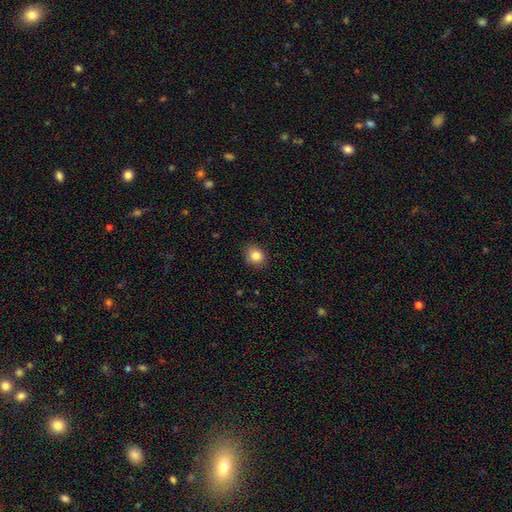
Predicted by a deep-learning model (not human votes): smooth 85%, star or artifact 10%, featured or disk 5%. Down the decision tree: how rounded — round (70%); merging — none (86%).